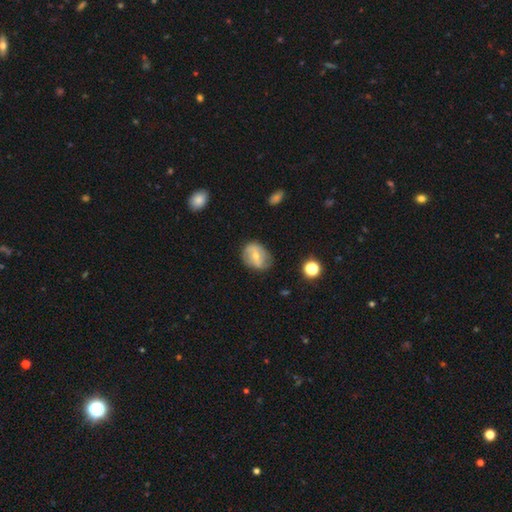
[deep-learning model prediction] A featured or disk galaxy (54%) with a weak bar (44%), spiral arms (68%) and a moderate central bulge (49%).

Vote fractions:
- Smooth or featured? featured or disk: 54% / smooth: 38% / star or artifact: 8%
- Edge-on disk? no: 95% / yes: 5%
- Bar? weak: 44% / no: 30% / strong: 26%
- Spiral arms? yes: 68% / no: 32%
- Bulge size? moderate: 49% / small: 47% / none: 2% / large: 2% / dominant: 1%
- Merging? none: 70% / minor disturbance: 22% / major disturbance: 6% / merger: 2%